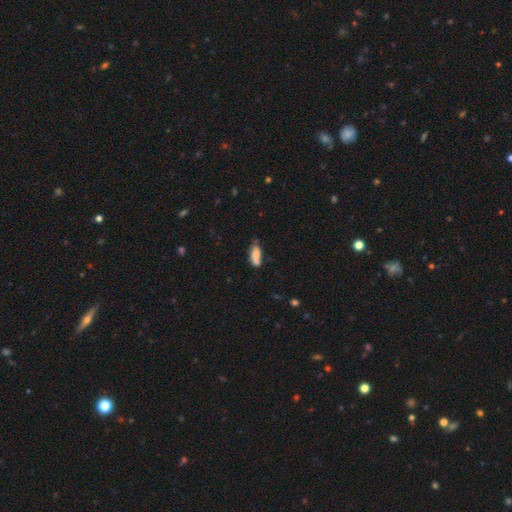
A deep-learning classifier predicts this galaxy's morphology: A smooth galaxy with no disk features (80%) that is in between round and cigar-shaped (72%). Merging: none (51%).